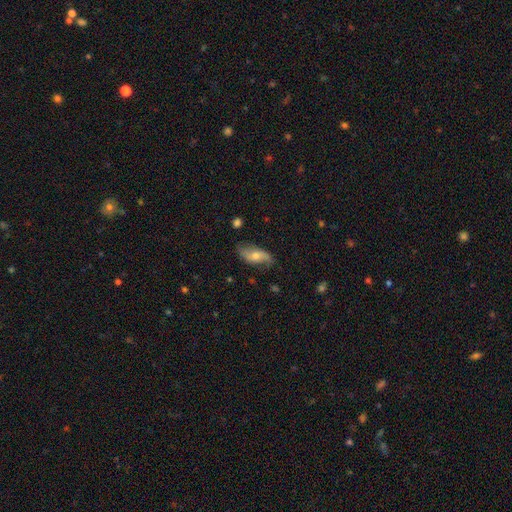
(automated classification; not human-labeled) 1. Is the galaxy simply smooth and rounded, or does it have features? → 61% featured or disk, 31% smooth, 8% star or artifact.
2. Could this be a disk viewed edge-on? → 87% no, 13% yes.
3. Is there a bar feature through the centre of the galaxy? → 65% no, 24% weak, 11% strong.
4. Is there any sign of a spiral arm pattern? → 85% yes, 15% no.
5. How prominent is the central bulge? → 55% moderate, 38% small, 3% large, 2% none, 1% dominant.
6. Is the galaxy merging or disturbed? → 75% none, 19% minor disturbance, 5% major disturbance, 1% merger.